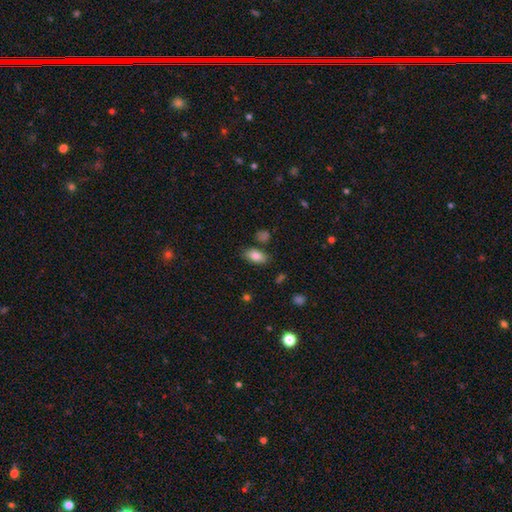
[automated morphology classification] smooth 82%, featured or disk 10%, star or artifact 8%. Down the decision tree: how rounded — in between (90%); merging — none (80%).